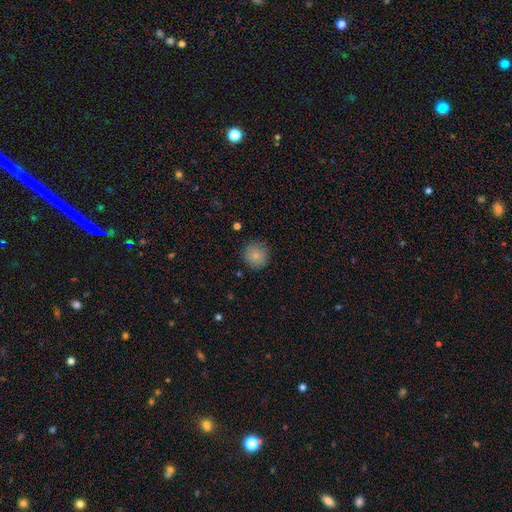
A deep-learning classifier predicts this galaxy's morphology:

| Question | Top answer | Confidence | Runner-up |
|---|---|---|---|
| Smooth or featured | smooth | 83% | star or artifact (9%) |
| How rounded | round | 93% | in between (6%) |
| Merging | none | 84% | minor disturbance (12%) |